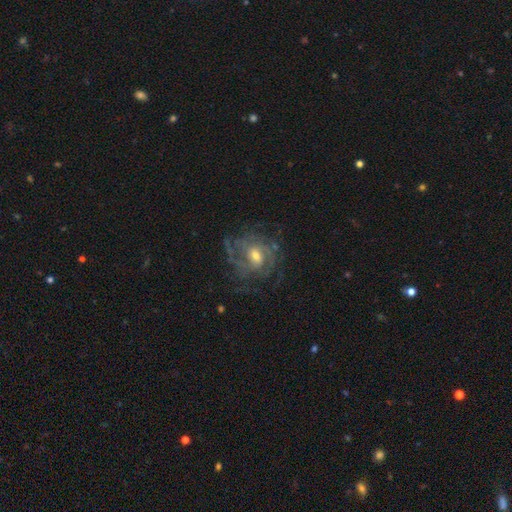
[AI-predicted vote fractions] smooth-or-featured: featured or disk: 81% | smooth: 11% | star or artifact: 8%
  disk-edge-on: no: 97% | yes: 3%
    bar: no: 46% | weak: 45% | strong: 9%
    has-spiral-arms: yes: 88% | no: 12%
      spiral-winding: tight: 47% | medium: 39% | loose: 14%
      spiral-arm-count: can't tell: 42% | 2: 19% | 3: 17% | 4: 11% | more than 4: 6% | 1: 5%
    bulge-size: moderate: 57% | small: 35% | large: 5% | none: 2% | dominant: 1%
  merging: none: 64% | minor disturbance: 19% | major disturbance: 16% | merger: 2%